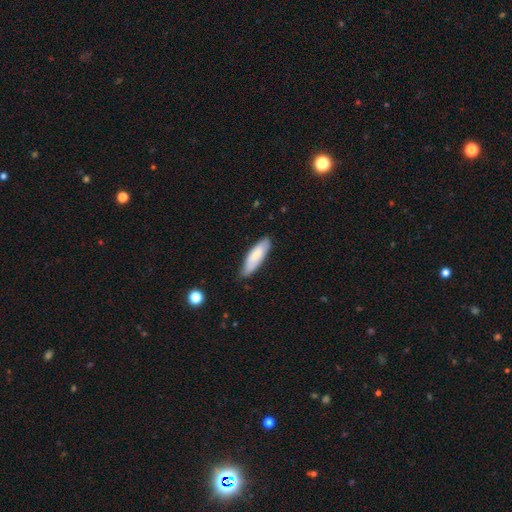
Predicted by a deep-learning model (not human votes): Smooth or featured: smooth — 78% (featured or disk — 17%)
How rounded: in between — 53% (cigar-shaped — 45%)
Merging: none — 73% (minor disturbance — 22%)